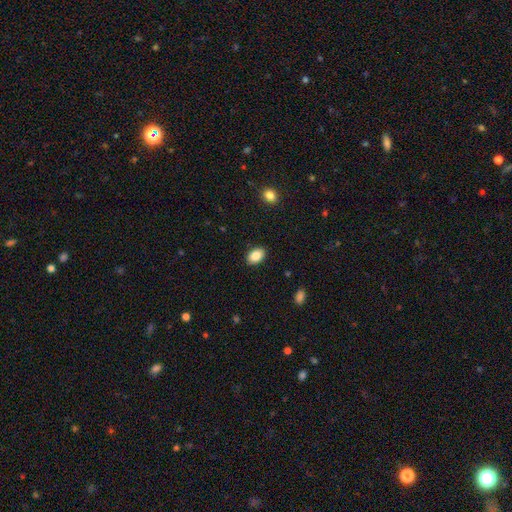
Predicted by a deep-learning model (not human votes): A smooth galaxy with no disk features (87%) that is in between round and cigar-shaped (88%).

Vote fractions:
- Smooth or featured? smooth: 87% / star or artifact: 8% / featured or disk: 6%
- How rounded? in between: 88% / round: 10% / cigar-shaped: 1%
- Merging? none: 89% / minor disturbance: 8% / major disturbance: 2% / merger: 1%